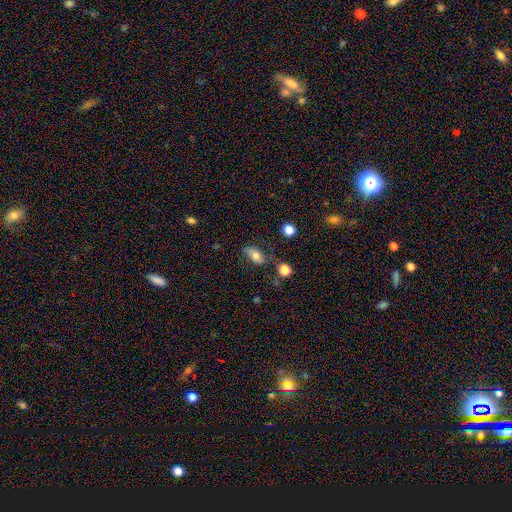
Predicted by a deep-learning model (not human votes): This is likely a smooth galaxy (70%). How rounded: clearly in between (87%). Merging: possibly none (56%).